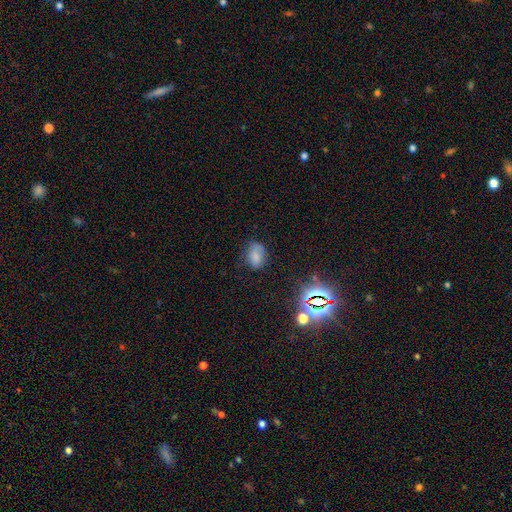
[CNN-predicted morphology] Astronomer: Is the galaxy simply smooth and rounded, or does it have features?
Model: smooth — 72%.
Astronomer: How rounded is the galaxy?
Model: in between — 81%.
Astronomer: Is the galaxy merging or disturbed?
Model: none — 62%.